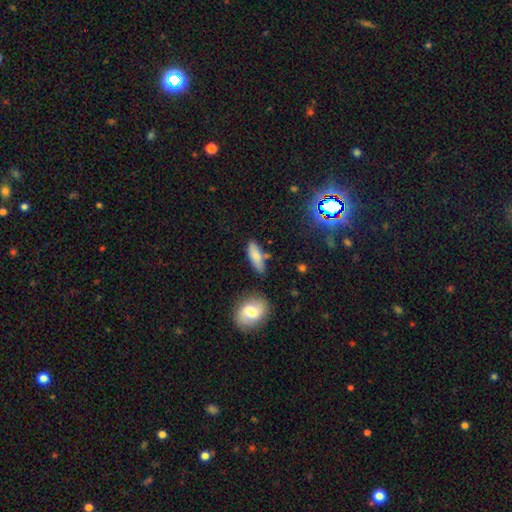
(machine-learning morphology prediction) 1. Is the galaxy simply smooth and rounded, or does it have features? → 77% smooth, 14% featured or disk, 8% star or artifact.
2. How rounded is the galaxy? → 63% in between, 34% cigar-shaped, 3% round.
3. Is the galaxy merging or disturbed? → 70% none, 18% minor disturbance, 8% merger, 4% major disturbance.